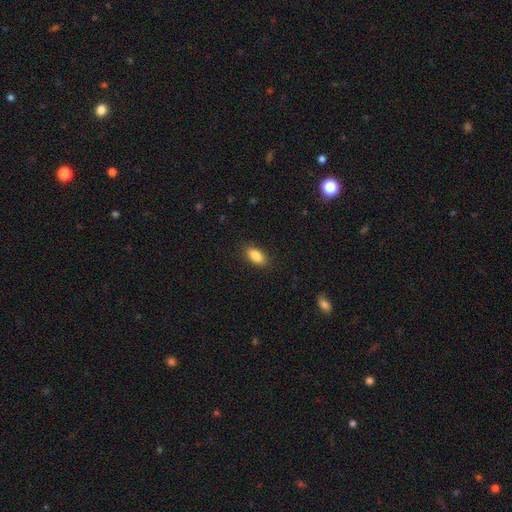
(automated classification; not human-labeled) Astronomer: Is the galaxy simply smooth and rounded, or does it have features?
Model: smooth — 87%.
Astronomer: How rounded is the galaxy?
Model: in between — 89%.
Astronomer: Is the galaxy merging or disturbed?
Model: none — 88%.